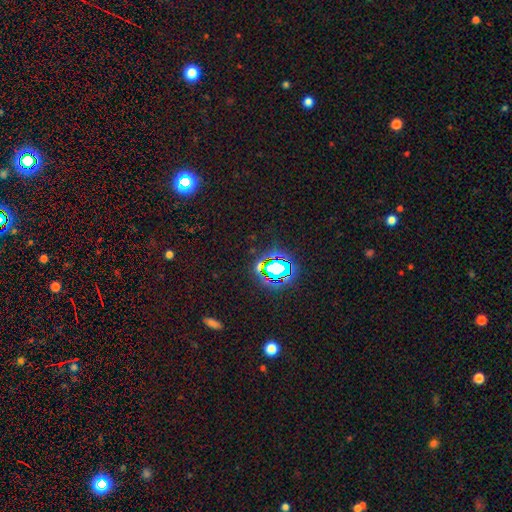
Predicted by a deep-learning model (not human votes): Smooth or featured?
  - star or artifact: 74% *
  - smooth: 19%
  - featured or disk: 8%